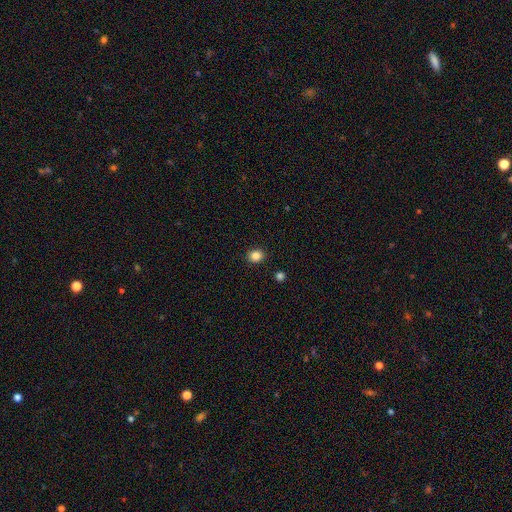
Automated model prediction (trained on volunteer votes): A smooth galaxy with no disk features (85%) that is round (73%). Merging: none (90%).